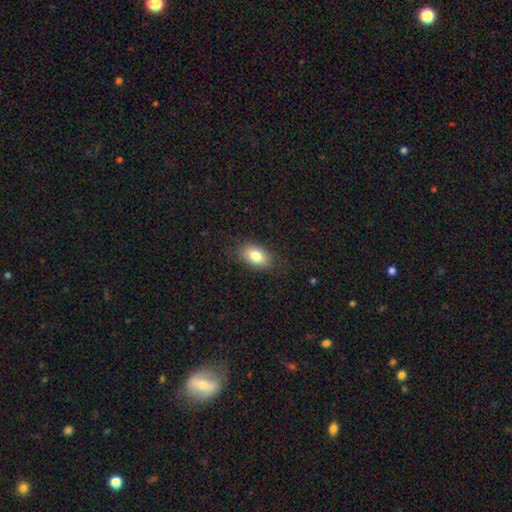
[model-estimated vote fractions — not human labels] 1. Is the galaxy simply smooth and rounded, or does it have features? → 80% smooth, 12% featured or disk, 8% star or artifact.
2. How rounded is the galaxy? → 90% in between, 7% round, 3% cigar-shaped.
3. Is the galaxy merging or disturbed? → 85% none, 11% minor disturbance, 3% major disturbance, 1% merger.